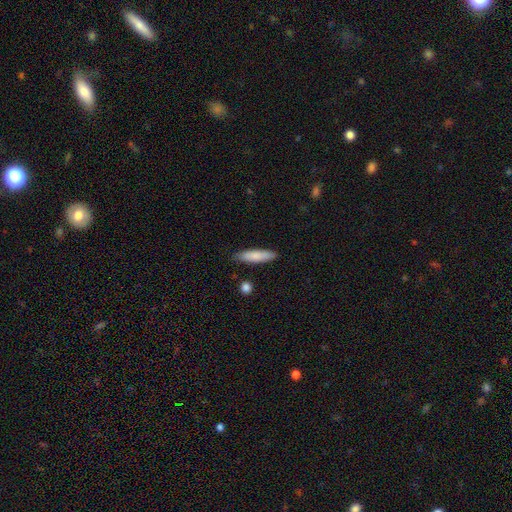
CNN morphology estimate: Smooth or featured? smooth (81%)
How rounded? cigar-shaped (76%)
Merging? none (86%)